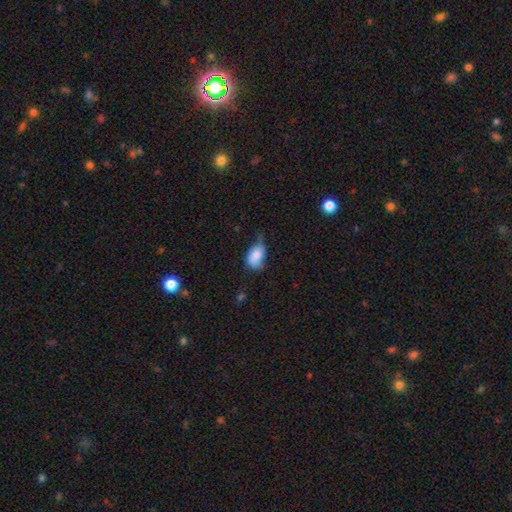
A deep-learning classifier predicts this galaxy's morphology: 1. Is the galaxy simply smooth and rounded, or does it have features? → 77% smooth, 15% featured or disk, 8% star or artifact.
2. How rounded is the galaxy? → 86% in between, 12% round, 2% cigar-shaped.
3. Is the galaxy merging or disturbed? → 44% minor disturbance, 31% none, 20% major disturbance, 5% merger.